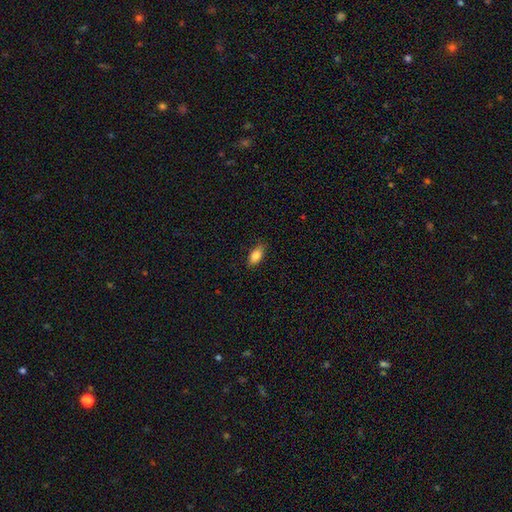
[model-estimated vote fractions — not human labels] This is clearly a smooth galaxy (84%). How rounded: clearly in between (87%). Merging: clearly none (81%).